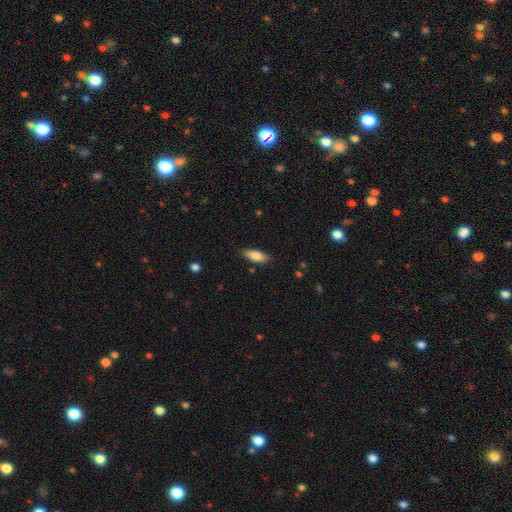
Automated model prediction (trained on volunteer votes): The model was most divided on "how rounded": in between: 71%, cigar-shaped: 27%, round: 2%. More confident: merging — none (84%); smooth or featured — smooth (79%).